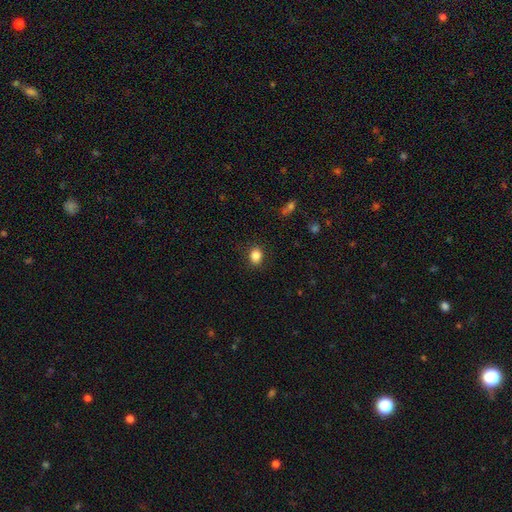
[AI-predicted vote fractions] A smooth galaxy with no disk features (86%) that is round (53%).

Vote fractions:
- Smooth or featured? smooth: 86% / star or artifact: 10% / featured or disk: 4%
- How rounded? round: 53% / in between: 46% / cigar-shaped: 1%
- Merging? none: 88% / minor disturbance: 8% / major disturbance: 3% / merger: 1%